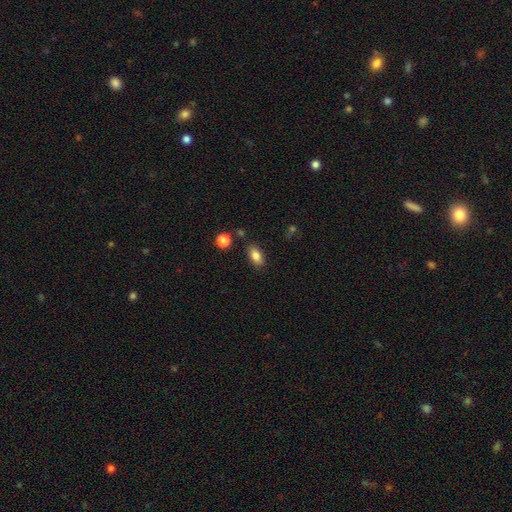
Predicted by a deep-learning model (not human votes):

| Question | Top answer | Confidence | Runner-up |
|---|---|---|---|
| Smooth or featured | smooth | 83% | star or artifact (8%) |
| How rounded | in between | 89% | round (6%) |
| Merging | none | 84% | minor disturbance (11%) |